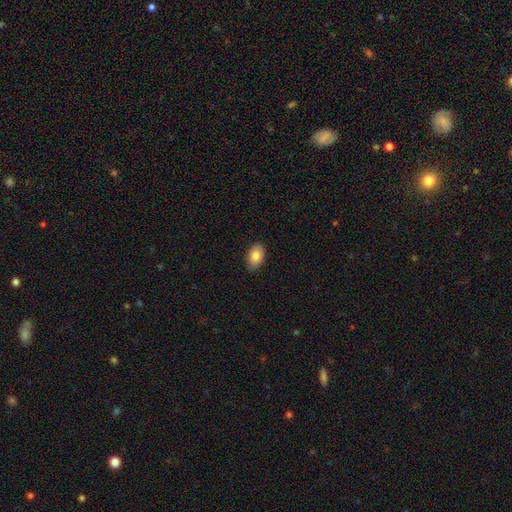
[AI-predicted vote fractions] smooth-or-featured: smooth: 86% | featured or disk: 7% | star or artifact: 7%
  how-rounded: in between: 91% | round: 7% | cigar-shaped: 1%
  merging: none: 87% | minor disturbance: 10% | major disturbance: 2% | merger: 1%